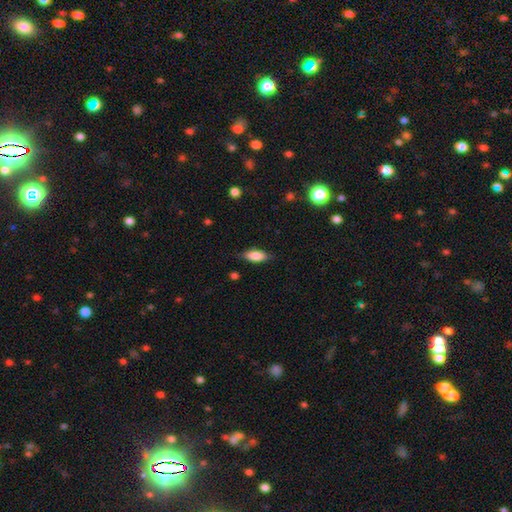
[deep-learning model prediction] A smooth galaxy with no disk features (81%) that is in between round and cigar-shaped (80%).

Vote fractions:
- Smooth or featured? smooth: 81% / featured or disk: 13% / star or artifact: 7%
- How rounded? in between: 80% / cigar-shaped: 17% / round: 3%
- Merging? none: 80% / minor disturbance: 16% / major disturbance: 3% / merger: 1%